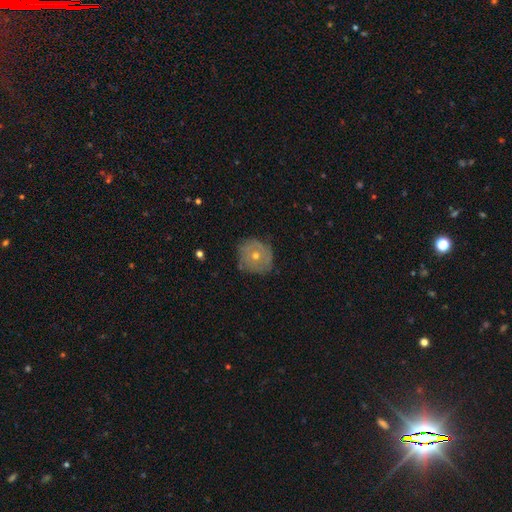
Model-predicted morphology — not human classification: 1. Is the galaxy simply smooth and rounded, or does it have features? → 53% featured or disk, 36% smooth, 12% star or artifact.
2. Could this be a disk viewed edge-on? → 95% no, 5% yes.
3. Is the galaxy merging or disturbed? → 80% none, 15% minor disturbance, 4% major disturbance, 1% merger.